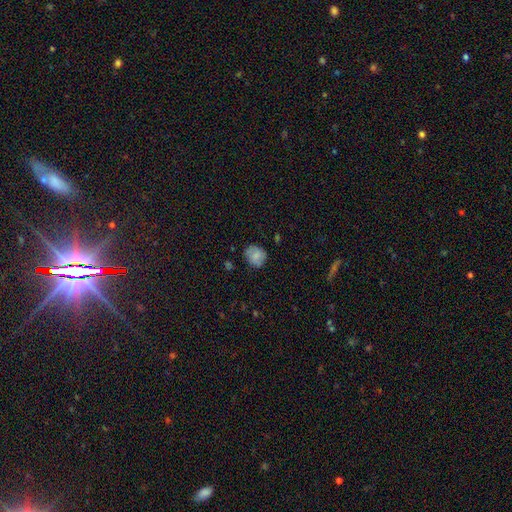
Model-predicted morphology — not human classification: This appears to be a smooth galaxy with no disk features (78%) that is round (77%). Merging: none (73%).